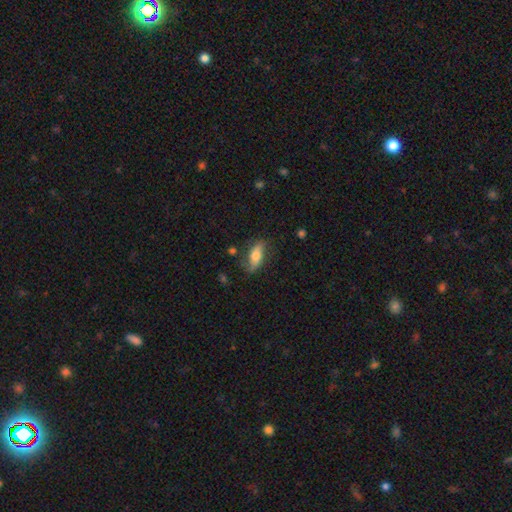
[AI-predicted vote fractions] The model was most divided on "smooth or featured": smooth: 55%, featured or disk: 38%, star or artifact: 7%. More confident: how rounded — in between (74%); merging — none (69%).